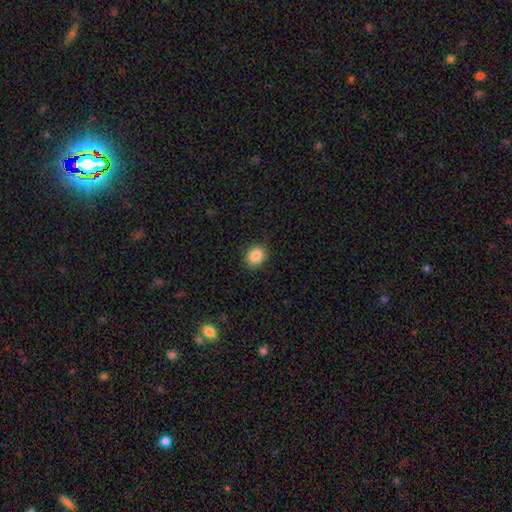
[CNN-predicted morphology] type=smooth (88%); roundness=in between (52%); merging=none (87%).